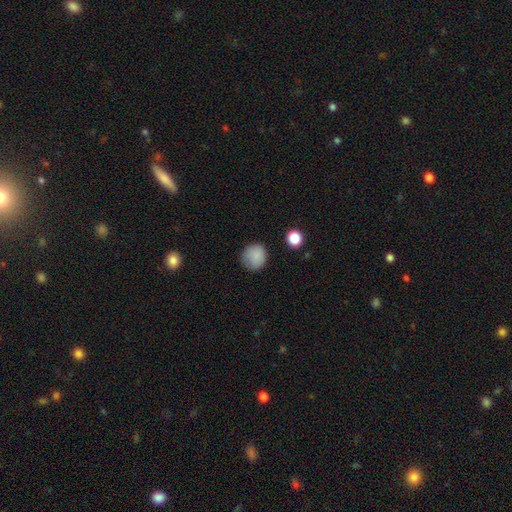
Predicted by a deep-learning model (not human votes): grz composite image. It shows a smooth galaxy with no disk features (86%) that is round (87%). Merging: none (79%).